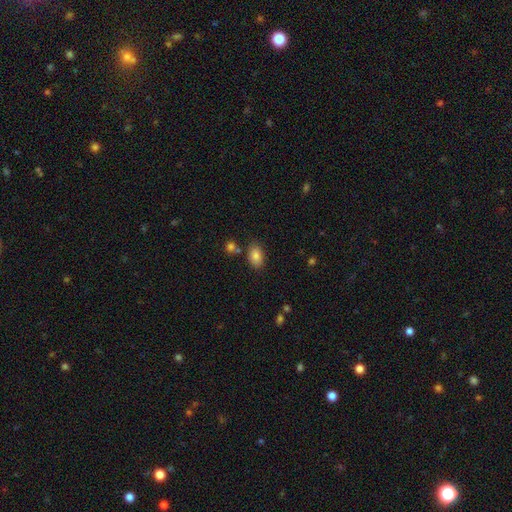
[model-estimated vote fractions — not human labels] smooth 83%, star or artifact 9%, featured or disk 8%. Down the decision tree: how rounded — in between (85%); merging — none (77%).